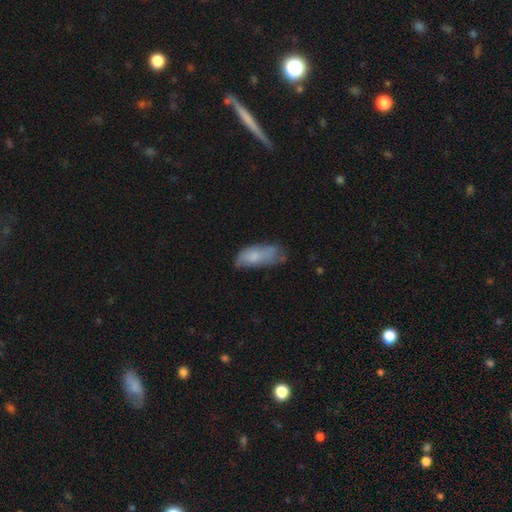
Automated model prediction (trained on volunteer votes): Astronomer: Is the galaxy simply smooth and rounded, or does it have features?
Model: smooth — 71%.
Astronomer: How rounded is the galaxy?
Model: in between — 81%.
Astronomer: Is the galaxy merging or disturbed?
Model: none — 41% (runner-up: minor disturbance, 37%).